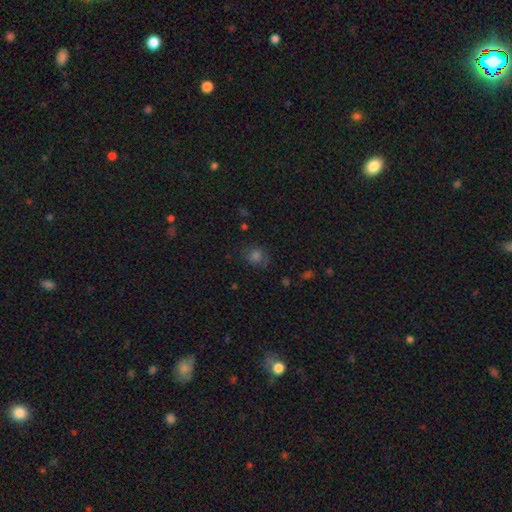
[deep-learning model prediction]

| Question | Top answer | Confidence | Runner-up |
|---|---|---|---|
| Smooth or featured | smooth | 56% | star or artifact (27%) |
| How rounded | round | 67% | in between (31%) |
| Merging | none | 69% | minor disturbance (20%) |